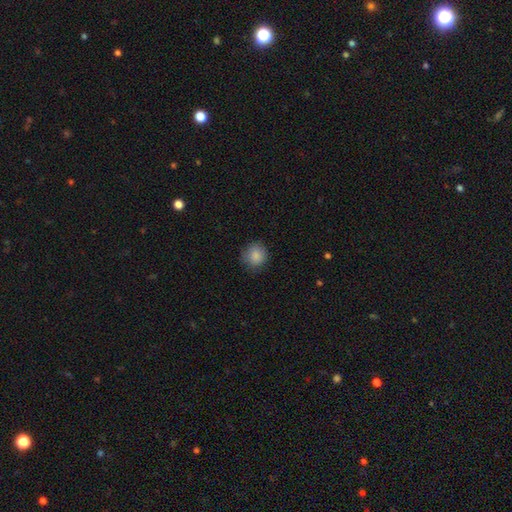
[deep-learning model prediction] A smooth galaxy with no disk features (87%) that is round (88%). Merging: none (84%).